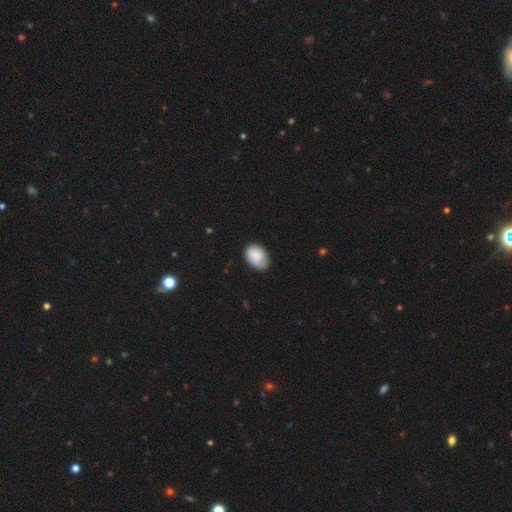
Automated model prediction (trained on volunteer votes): Smooth or featured: smooth — 79% (featured or disk — 15%)
How rounded: in between — 80% (round — 19%)
Merging: none — 65% (minor disturbance — 28%)